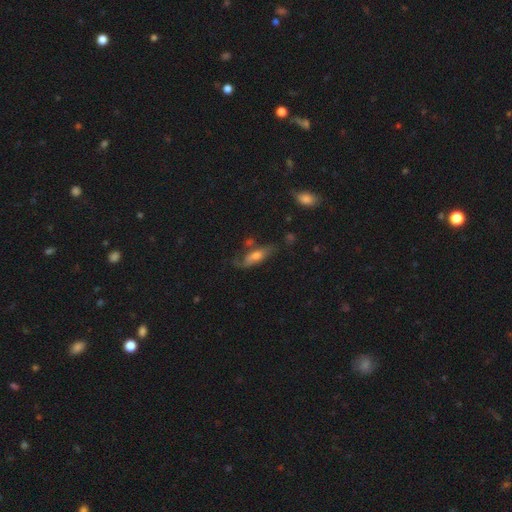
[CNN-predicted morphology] smooth 46%, featured or disk 45%, star or artifact 8%. Down the decision tree: merging — none (50%).